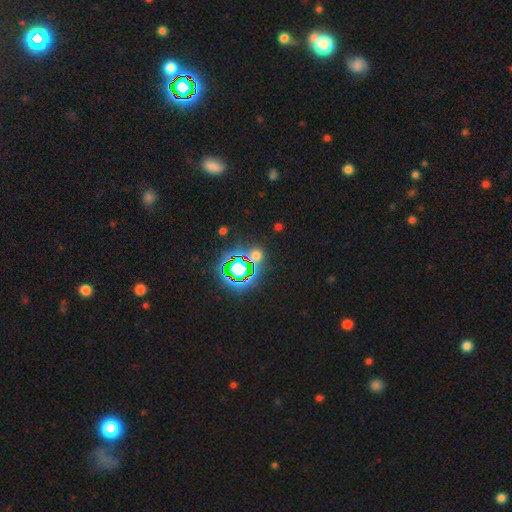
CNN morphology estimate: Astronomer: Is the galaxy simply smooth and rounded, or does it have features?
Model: star or artifact — 59%.